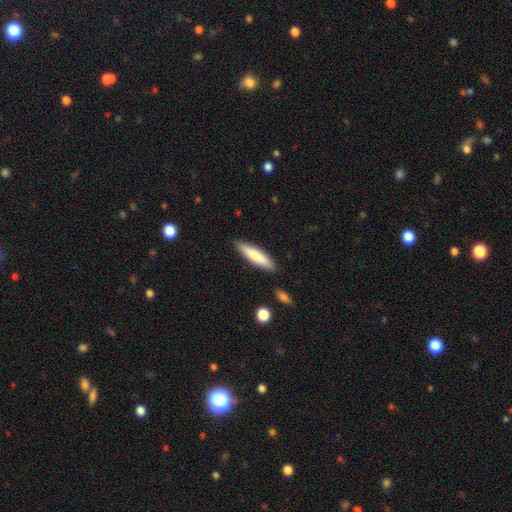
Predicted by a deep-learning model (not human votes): smooth-or-featured: smooth: 79% | featured or disk: 16% | star or artifact: 5%
  how-rounded: cigar-shaped: 77% | in between: 21% | round: 1%
  merging: none: 88% | minor disturbance: 8% | merger: 2% | major disturbance: 2%